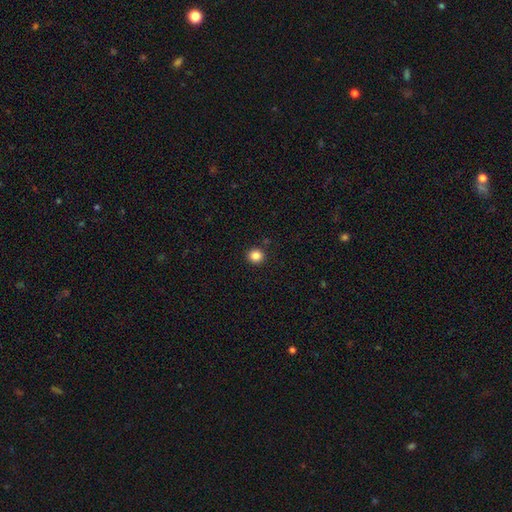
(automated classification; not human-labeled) A smooth galaxy with no disk features (84%) that is round (90%). Merging: none (92%).